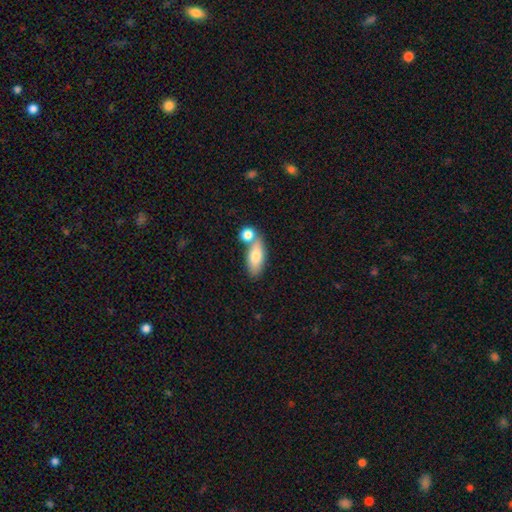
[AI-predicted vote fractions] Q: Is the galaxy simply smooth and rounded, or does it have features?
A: smooth — 76%.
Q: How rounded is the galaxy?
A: in between — 79%.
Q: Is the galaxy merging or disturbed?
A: none — 47%.